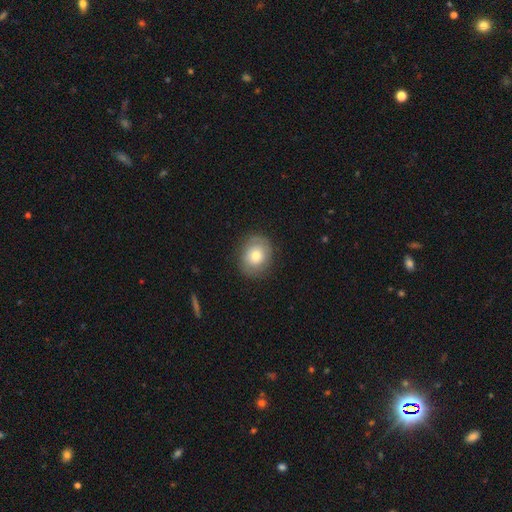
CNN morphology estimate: Smooth or featured? Predicted: smooth (p=0.69). How rounded? Predicted: round (p=0.55). Merging? Predicted: none (p=0.81).